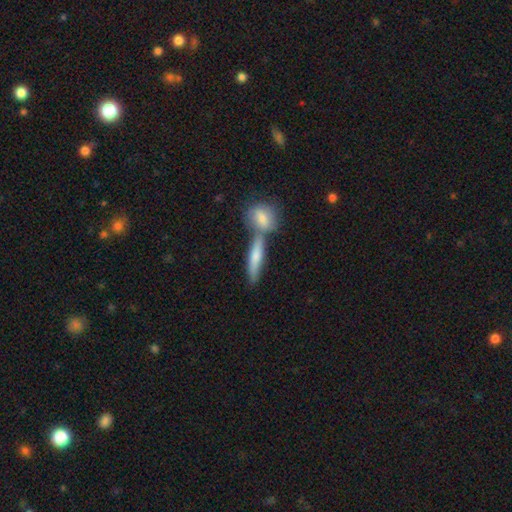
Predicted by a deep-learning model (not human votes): Morphology: type=smooth (44%); merging=none (55%).